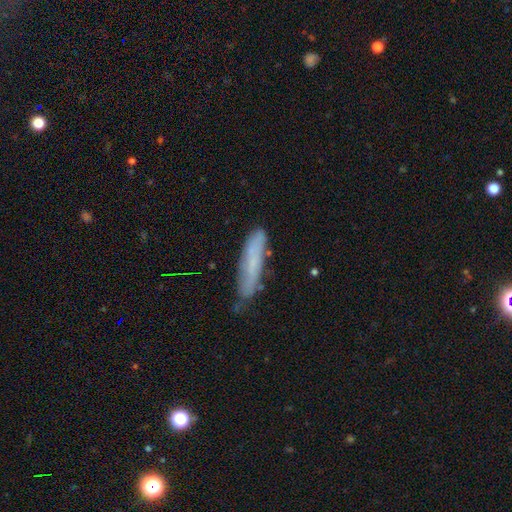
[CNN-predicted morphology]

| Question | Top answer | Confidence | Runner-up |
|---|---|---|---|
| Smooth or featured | smooth | 53% | featured or disk (36%) |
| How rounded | cigar-shaped | 85% | in between (14%) |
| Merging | none | 71% | minor disturbance (22%) |